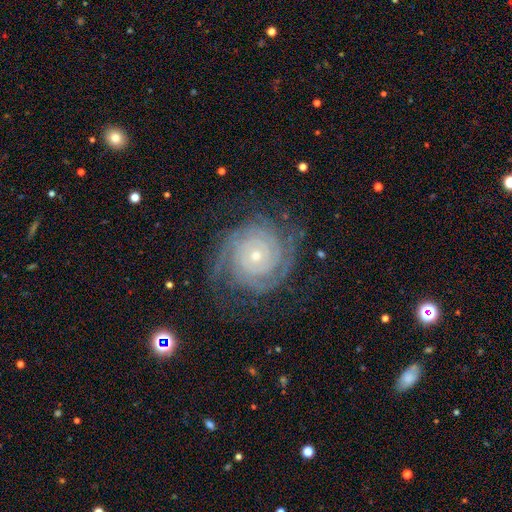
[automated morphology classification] The model was most divided on "spiral arm count": 2: 32%, can't tell: 21%, 3: 19%, 4: 13%, more than 4: 8%, 1: 7%. More confident: spiral arms — yes (98%); edge-on disk — no (98%); smooth or featured — featured or disk (89%); spiral winding — tight (85%); bar — no (79%); merging — none (76%); bulge size — small (71%).